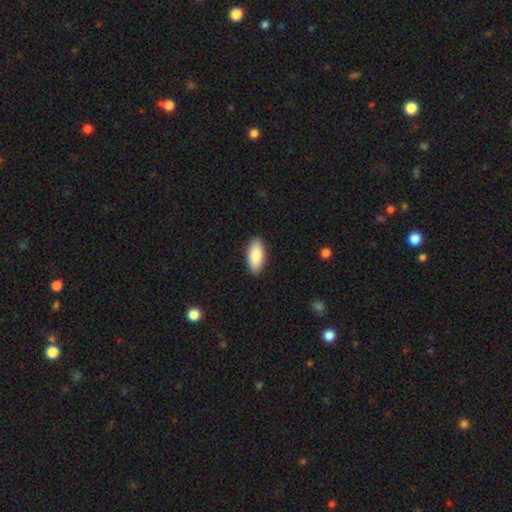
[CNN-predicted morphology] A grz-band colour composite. It shows a smooth galaxy with no disk features (89%) that is in between round and cigar-shaped (91%). Merging: none (89%).